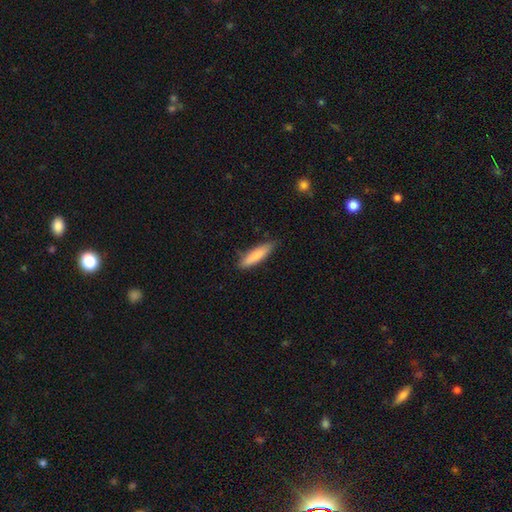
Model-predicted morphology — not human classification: Smooth or featured? smooth (83%)
How rounded? cigar-shaped (73%)
Merging? none (81%)